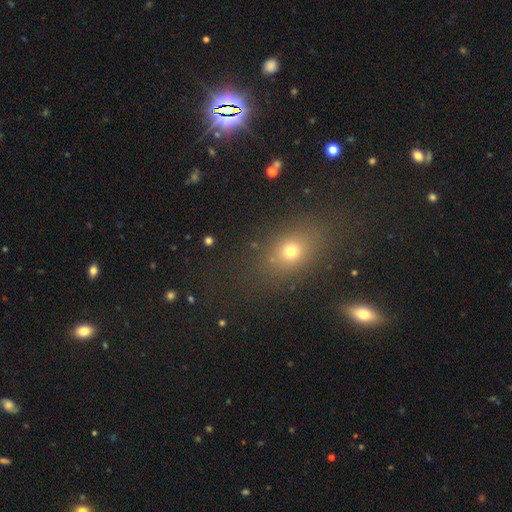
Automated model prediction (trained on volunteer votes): A smooth galaxy with no disk features (57%) that is in between round and cigar-shaped (63%).

Vote fractions:
- Smooth or featured? smooth: 57% / star or artifact: 31% / featured or disk: 12%
- How rounded? in between: 63% / round: 33% / cigar-shaped: 4%
- Merging? none: 82% / minor disturbance: 10% / major disturbance: 5% / merger: 3%